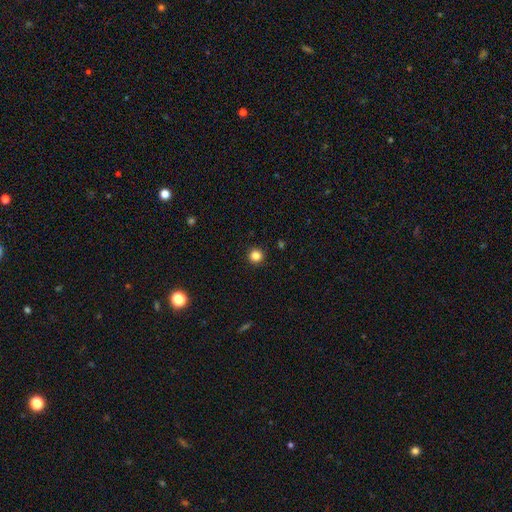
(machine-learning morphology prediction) Smooth or featured? smooth (84%)
How rounded? round (96%)
Merging? none (93%)